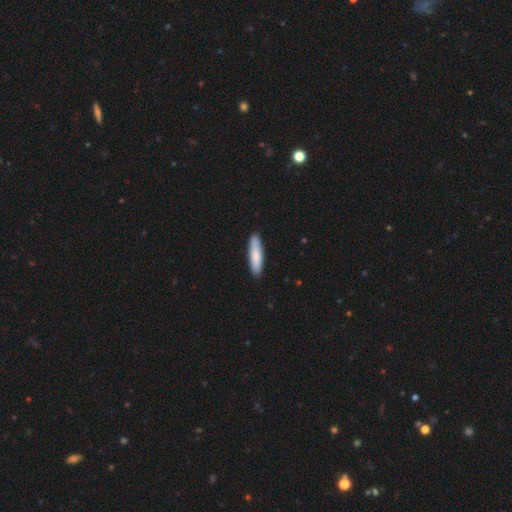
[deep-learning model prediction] Smooth or featured: smooth — 82% (featured or disk — 13%)
How rounded: cigar-shaped — 76% (in between — 23%)
Merging: none — 90% (minor disturbance — 8%)